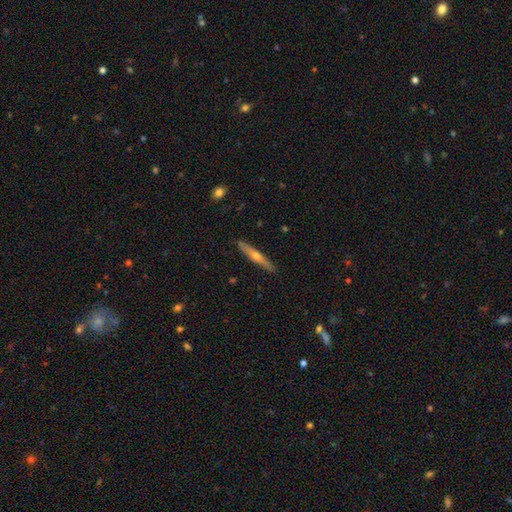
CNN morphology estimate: A featured or disk galaxy (59%) viewed edge-on (95%) with a rounded central bulge (85%).

Vote fractions:
- Smooth or featured? featured or disk: 59% / smooth: 35% / star or artifact: 6%
- Edge-on disk? yes: 95% / no: 5%
- Edge-on bulge? rounded: 85% / none: 13% / boxy: 2%
- Merging? none: 90% / minor disturbance: 7% / major disturbance: 1% / merger: 1%